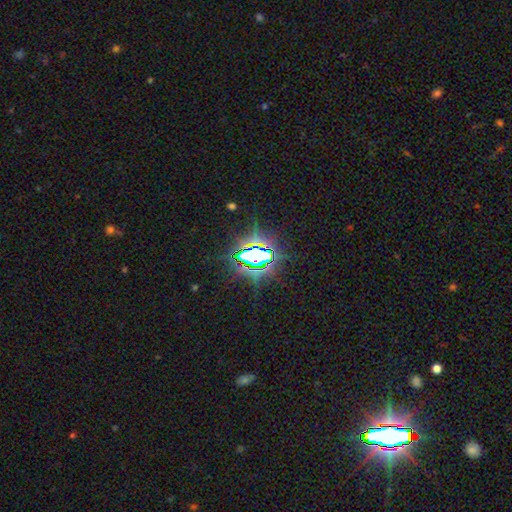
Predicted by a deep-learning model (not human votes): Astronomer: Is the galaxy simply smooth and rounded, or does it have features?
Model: star or artifact — 78%.